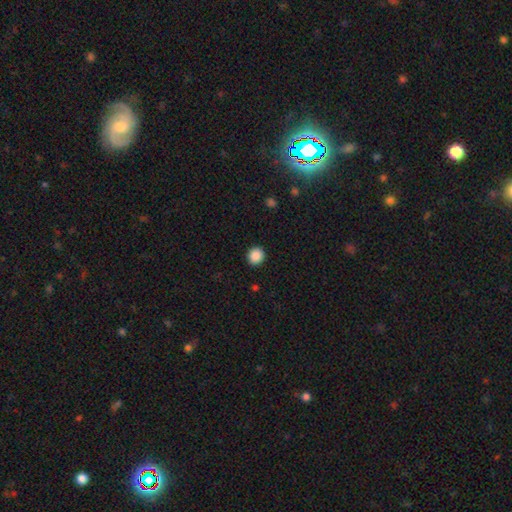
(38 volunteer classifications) Smooth or featured?
  - smooth: 95% *
  - featured or disk: 3%
  - star or artifact: 3%
How rounded?
  - round: 100% *
  - in between: 0%
  - cigar-shaped: 0%
Merging?
  - none: 95% *
  - minor disturbance: 3%
  - merger: 3%
  - major disturbance: 0%